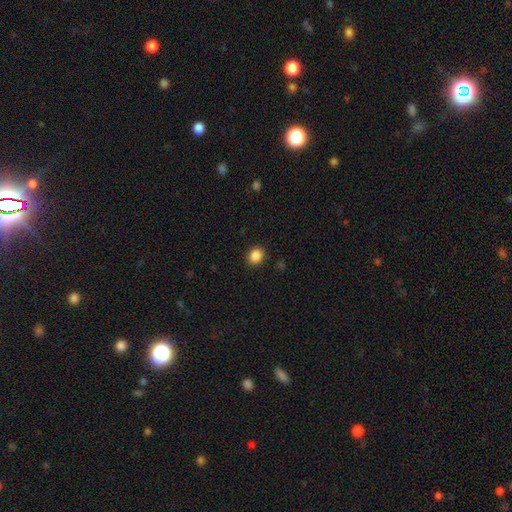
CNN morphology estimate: Q: Smooth or featured?
A: smooth (87%); runner-up: star or artifact (10%)
Q: How rounded?
A: round (71%); runner-up: in between (28%)
Q: Merging?
A: none (90%); runner-up: minor disturbance (7%)